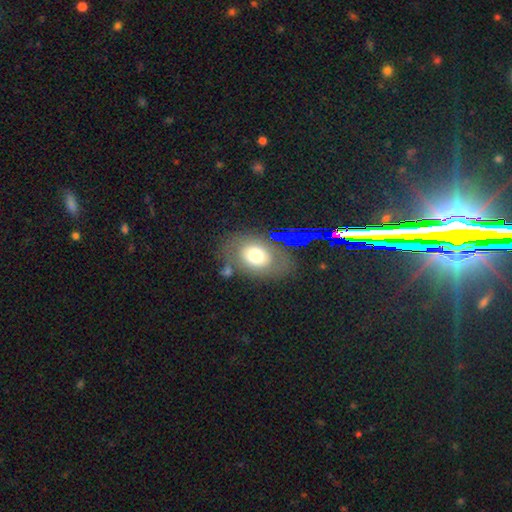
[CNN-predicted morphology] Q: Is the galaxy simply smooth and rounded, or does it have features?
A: smooth — 62%.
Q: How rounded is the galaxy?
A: in between — 74%.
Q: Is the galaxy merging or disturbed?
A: none — 64%.